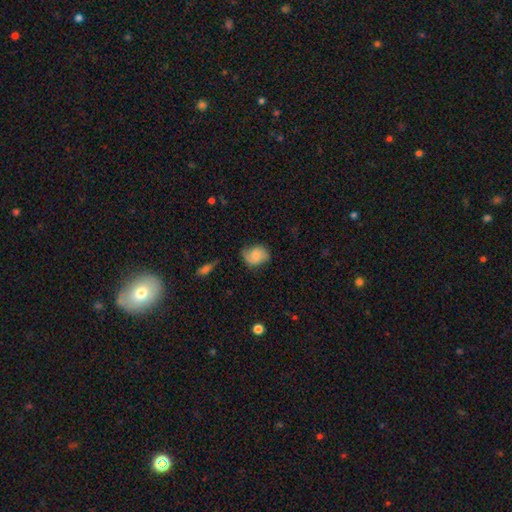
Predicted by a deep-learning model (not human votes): Smooth or featured? smooth (65%)
How rounded? in between (50%)
Merging? none (60%)